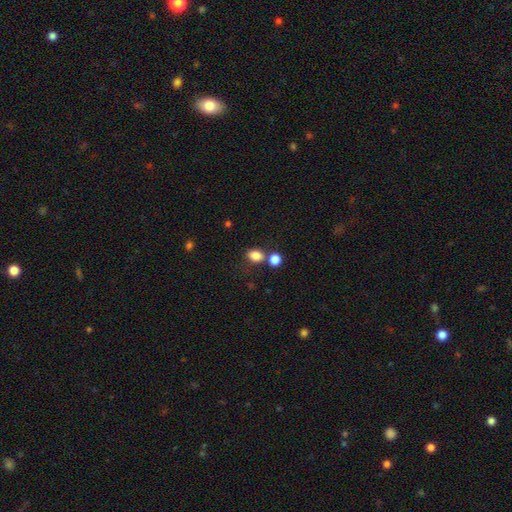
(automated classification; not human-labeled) Morphology: type=smooth (84%); roundness=in between (61%); merging=none (60%).